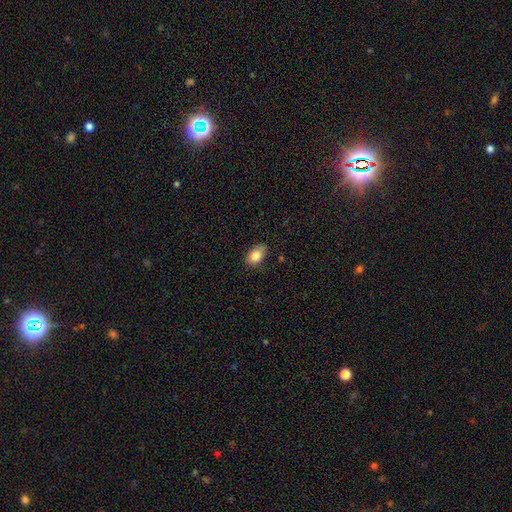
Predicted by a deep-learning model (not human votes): Overall: smooth (85%). How rounded: in between (87%). Merging: none (77%).